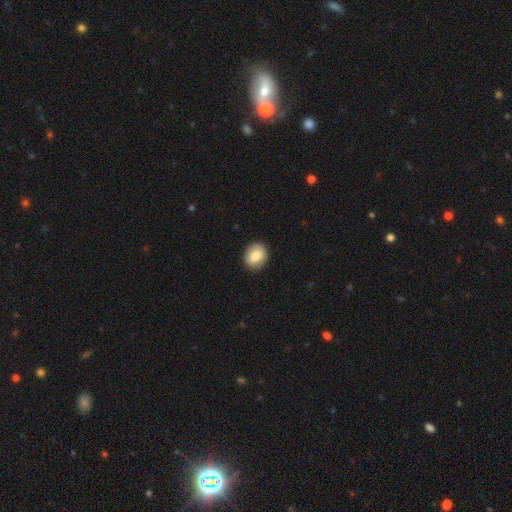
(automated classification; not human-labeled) smooth-or-featured: smooth: 80% | featured or disk: 13% | star or artifact: 7%
  how-rounded: round: 50% | in between: 49% | cigar-shaped: 1%
  merging: none: 88% | minor disturbance: 9% | major disturbance: 2% | merger: 1%